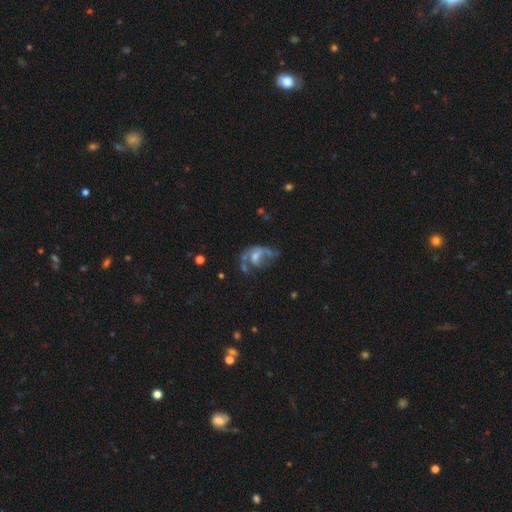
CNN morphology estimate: A featured or disk galaxy (66%) with no bar (56%), spiral arms (65%) and a moderate central bulge (40%, tied with small).

Vote fractions:
- Smooth or featured? featured or disk: 66% / smooth: 20% / star or artifact: 14%
- Edge-on disk? no: 97% / yes: 3%
- Bar? no: 56% / weak: 35% / strong: 9%
- Spiral arms? yes: 65% / no: 35%
- Bulge size? moderate: 40% (tied) / small: 40% (tied) / none: 14% / large: 5% / dominant: 2%
- Merging? major disturbance: 38% / none: 31% / minor disturbance: 19% / merger: 11%